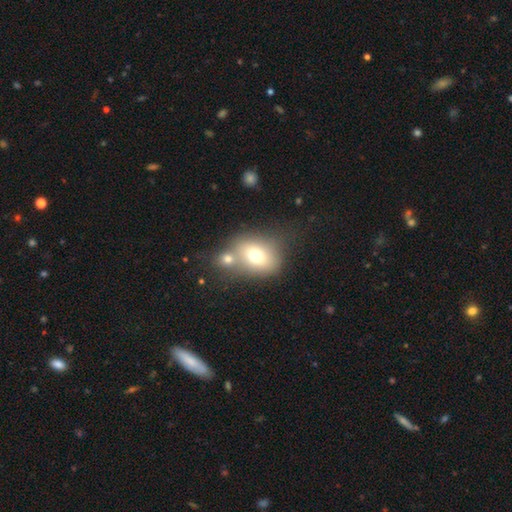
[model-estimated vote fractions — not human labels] Smooth or featured? Predicted: smooth (p=0.70). How rounded? Predicted: round (p=0.54). Merging? Predicted: none (p=0.43).